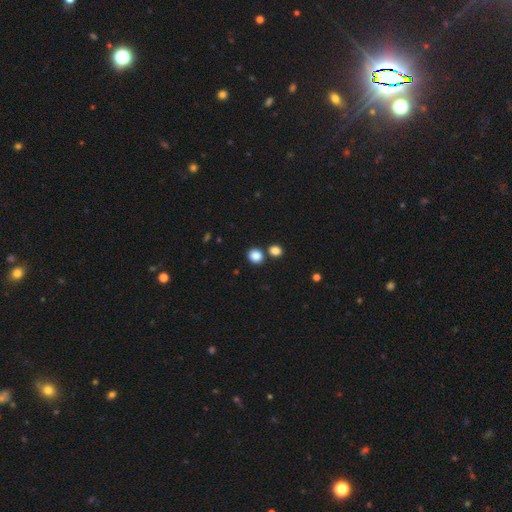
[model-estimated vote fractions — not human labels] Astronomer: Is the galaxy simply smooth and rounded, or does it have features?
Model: smooth — 85%.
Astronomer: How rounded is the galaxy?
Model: round — 80%.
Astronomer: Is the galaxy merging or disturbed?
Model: none — 75%.